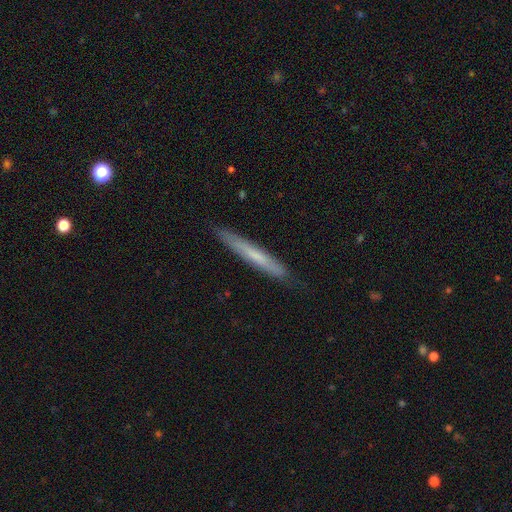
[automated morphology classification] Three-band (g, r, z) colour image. It shows a smooth galaxy with no disk features (56%) that is cigar-shaped (96%). Merging: none (86%).